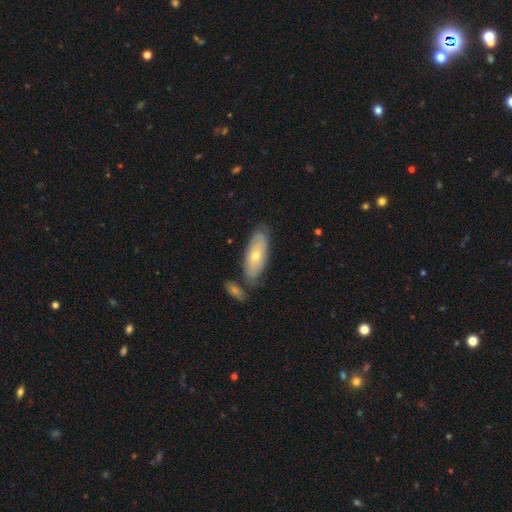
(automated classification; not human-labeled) The model was most divided on "smooth or featured": smooth: 54%, featured or disk: 40%, star or artifact: 6%. More confident: how rounded — in between (79%); merging — none (70%).